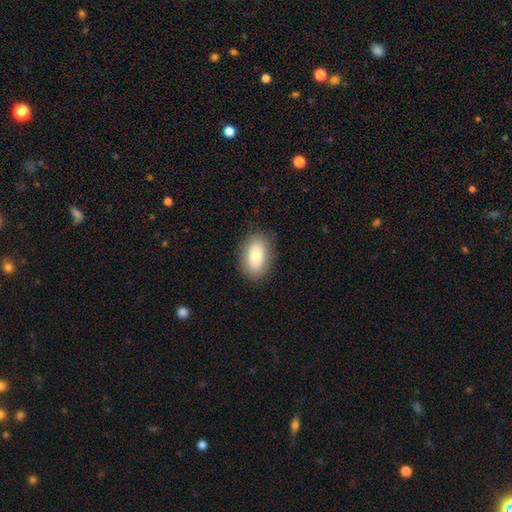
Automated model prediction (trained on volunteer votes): Smooth or featured?
  - smooth: 78% *
  - featured or disk: 14%
  - star or artifact: 7%
How rounded?
  - in between: 89% *
  - round: 9%
  - cigar-shaped: 2%
Merging?
  - none: 86% *
  - minor disturbance: 10%
  - major disturbance: 3%
  - merger: 1%